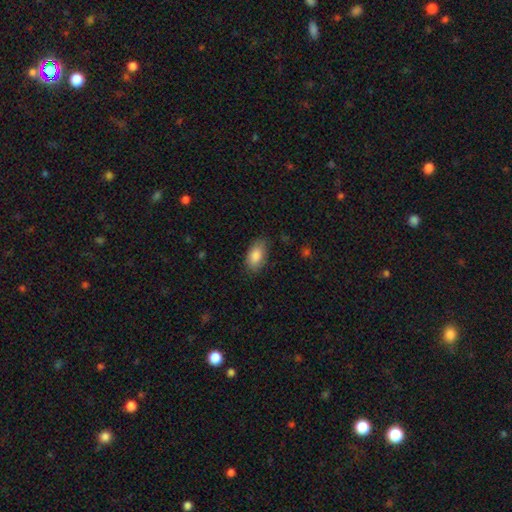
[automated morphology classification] This appears to be a smooth galaxy with no disk features (86%) that is in between round and cigar-shaped (94%). Merging: none (82%).